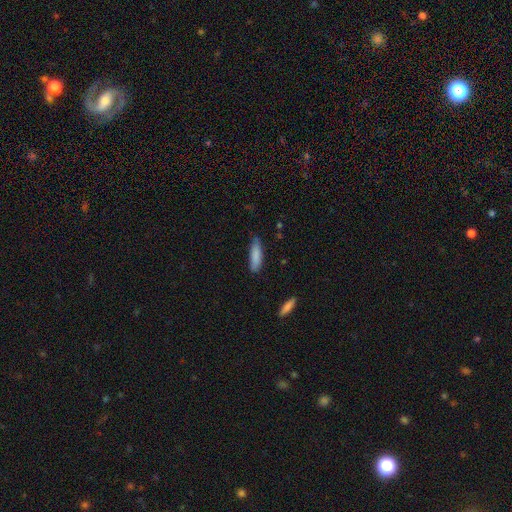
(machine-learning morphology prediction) A smooth galaxy with no disk features (85%) that is cigar-shaped (60%).

Vote fractions:
- Smooth or featured? smooth: 85% / featured or disk: 9% / star or artifact: 6%
- How rounded? cigar-shaped: 60% / in between: 39% / round: 1%
- Merging? none: 77% / minor disturbance: 19% / major disturbance: 3% / merger: 2%